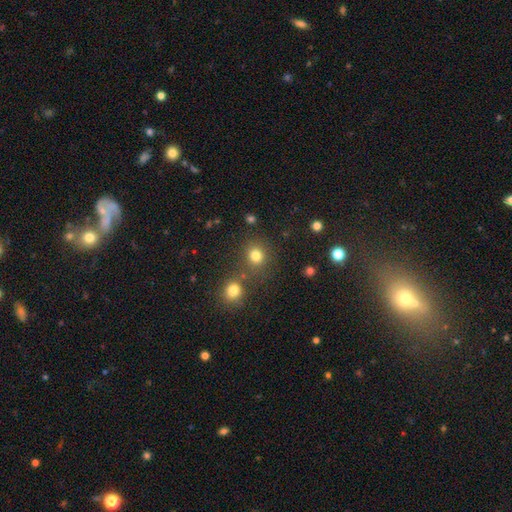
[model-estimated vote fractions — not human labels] Q: Smooth or featured?
A: smooth (79%); runner-up: star or artifact (16%)
Q: How rounded?
A: round (84%); runner-up: in between (15%)
Q: Merging?
A: none (69%); runner-up: merger (19%)